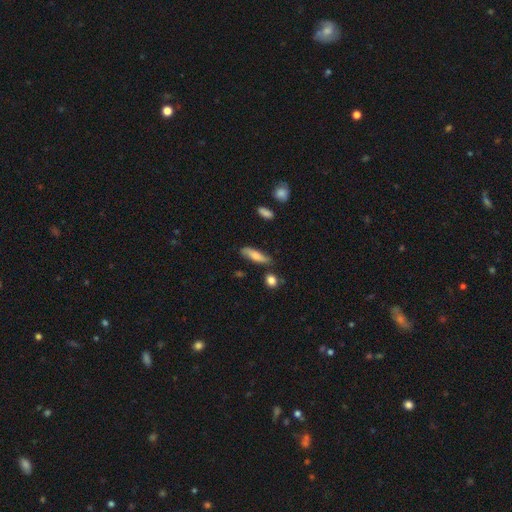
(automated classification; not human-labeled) The model was most divided on "how rounded": cigar-shaped: 57%, in between: 40%, round: 3%. More confident: merging — none (72%); smooth or featured — smooth (66%).